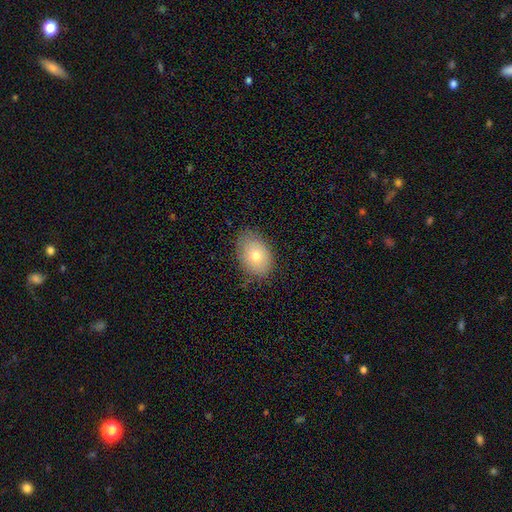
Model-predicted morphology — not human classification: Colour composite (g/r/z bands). It shows a smooth galaxy with no disk features (73%) that is in between round and cigar-shaped (80%). Merging: none (80%).